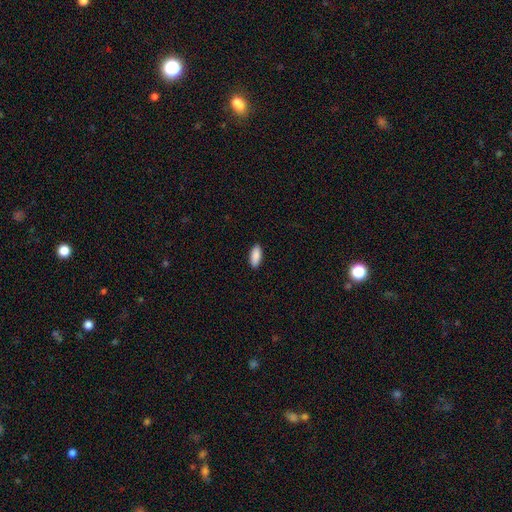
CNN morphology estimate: smooth 90%, star or artifact 6%, featured or disk 4%. Down the decision tree: how rounded — in between (81%); merging — none (90%).